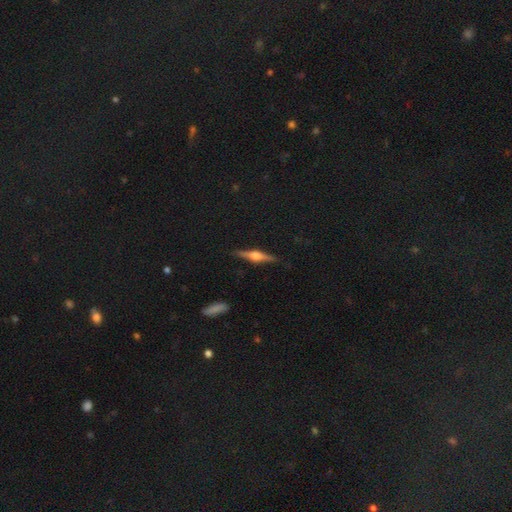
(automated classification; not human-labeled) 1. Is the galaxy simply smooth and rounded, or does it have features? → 80% featured or disk, 15% smooth, 6% star or artifact.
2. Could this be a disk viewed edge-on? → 98% yes, 2% no.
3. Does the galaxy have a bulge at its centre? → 92% rounded, 6% boxy, 2% none.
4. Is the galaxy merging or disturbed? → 90% none, 8% minor disturbance, 2% major disturbance, 1% merger.